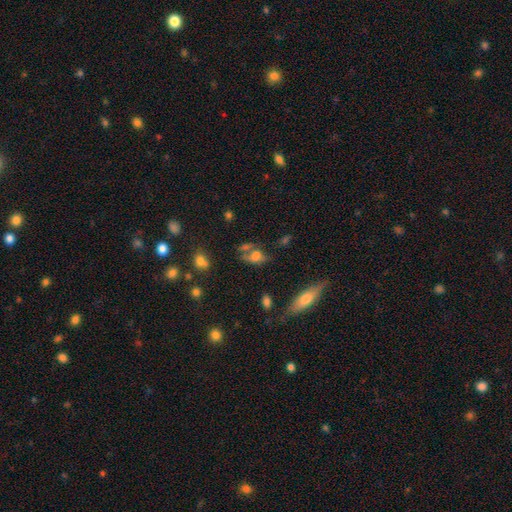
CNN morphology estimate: A smooth galaxy with no disk features (59%) that is in between round and cigar-shaped (78%). Merging: none (35%).